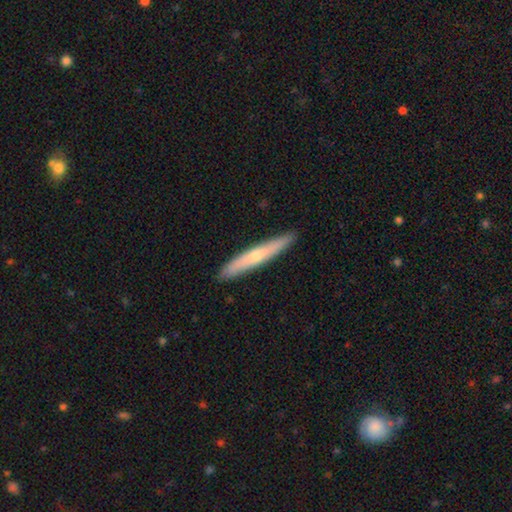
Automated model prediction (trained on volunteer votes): Smooth or featured? Predicted: smooth (p=0.53). How rounded? Predicted: cigar-shaped (p=0.95). Merging? Predicted: none (p=0.91).